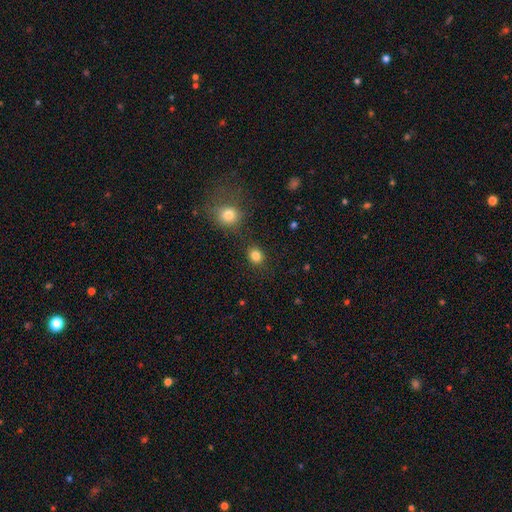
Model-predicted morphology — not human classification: Smooth or featured? Predicted: smooth (p=0.83). How rounded? Predicted: round (p=0.70). Merging? Predicted: none (p=0.84).